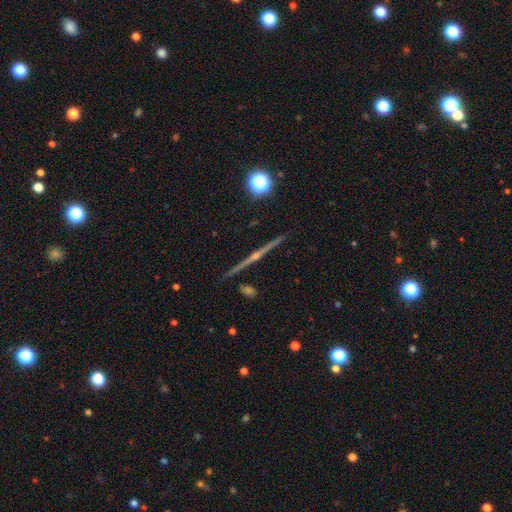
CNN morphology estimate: type=featured or disk (74%); edge-on=yes (96%); edge-on bulge=rounded (68%); merging=none (87%).